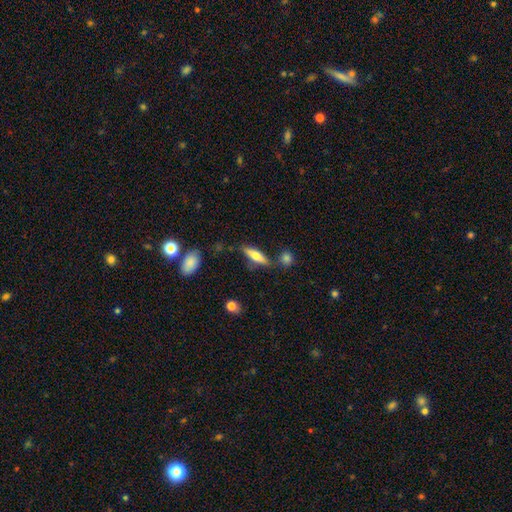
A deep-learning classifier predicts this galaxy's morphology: smooth_or_featured: smooth (p=0.64) [alt: featured or disk p=0.29]
how_rounded: cigar-shaped (p=0.59) [alt: in between p=0.39]
merging: none (p=0.73) [alt: minor disturbance p=0.16]